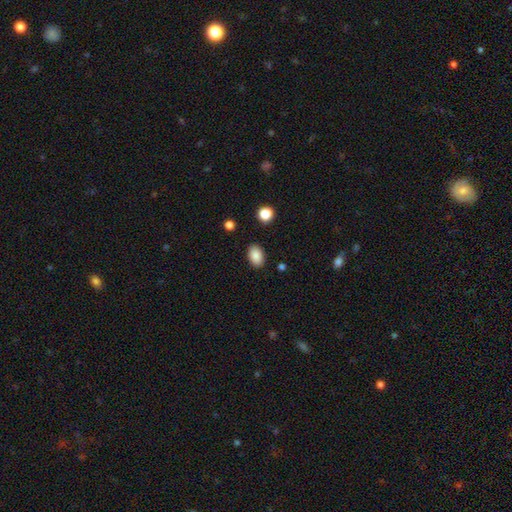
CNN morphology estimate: type=smooth (87%); roundness=in between (86%); merging=none (87%).